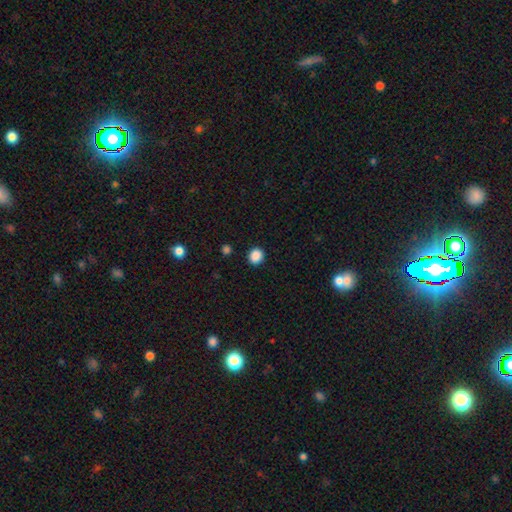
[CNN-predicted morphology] Smooth or featured?
  - smooth: 88% *
  - star or artifact: 10%
  - featured or disk: 3%
How rounded?
  - round: 84% *
  - in between: 15%
  - cigar-shaped: 1%
Merging?
  - none: 91% *
  - minor disturbance: 6%
  - major disturbance: 2%
  - merger: 1%